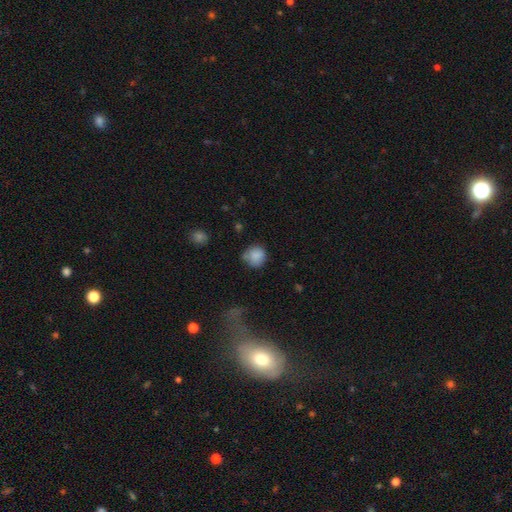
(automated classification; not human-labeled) The model was most divided on "merging": none: 63%, minor disturbance: 25%, major disturbance: 7%, merger: 5%. More confident: how rounded — round (86%); smooth or featured — smooth (84%).